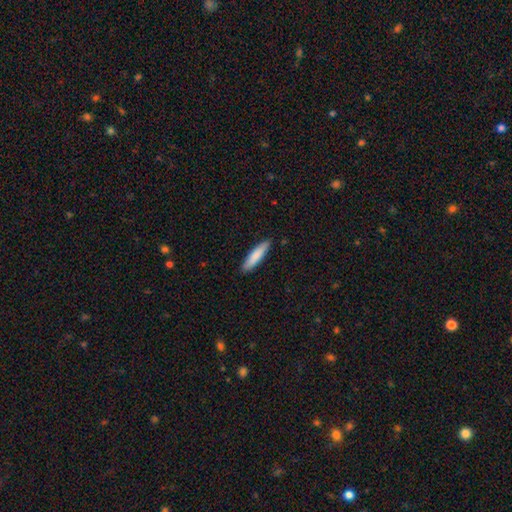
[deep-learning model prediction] Q: Smooth or featured?
A: smooth (83%); runner-up: featured or disk (11%)
Q: How rounded?
A: cigar-shaped (79%); runner-up: in between (20%)
Q: Merging?
A: none (89%); runner-up: minor disturbance (8%)